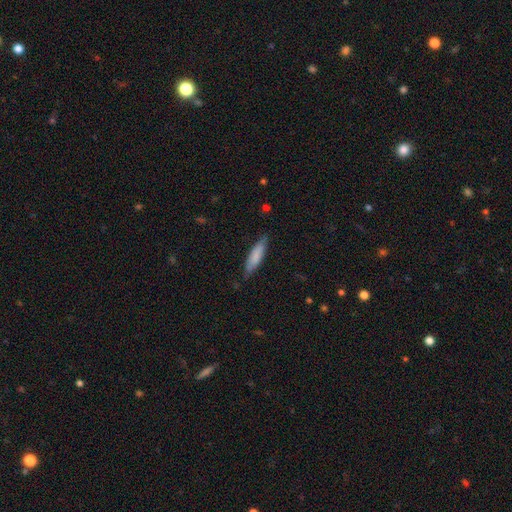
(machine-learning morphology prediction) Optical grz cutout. It shows a smooth galaxy with no disk features (78%) that is cigar-shaped (70%). Merging: none (77%).